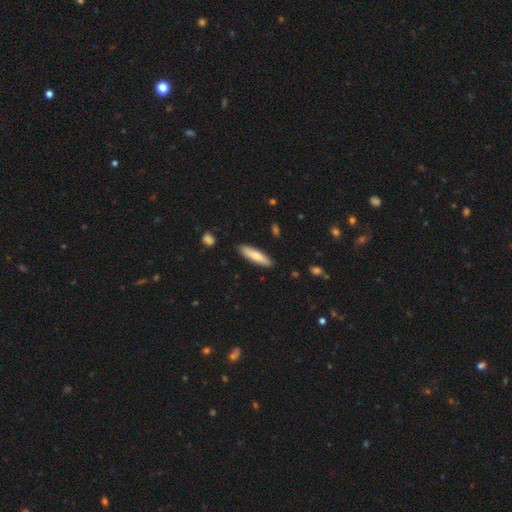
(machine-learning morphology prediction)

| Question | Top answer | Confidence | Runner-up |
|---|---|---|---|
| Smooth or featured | smooth | 70% | featured or disk (25%) |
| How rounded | cigar-shaped | 71% | in between (28%) |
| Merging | none | 87% | minor disturbance (10%) |